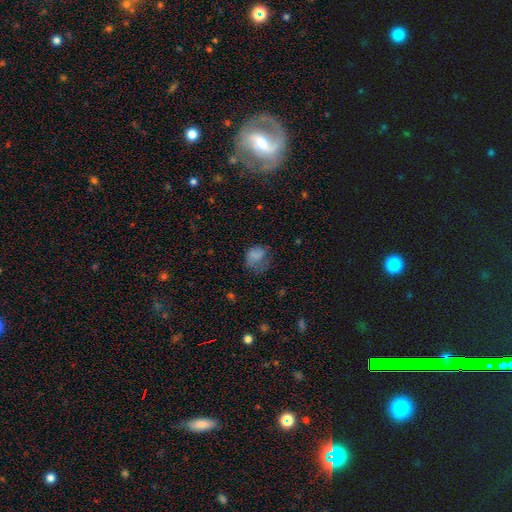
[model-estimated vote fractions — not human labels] smooth-or-featured: smooth: 73% | featured or disk: 16% | star or artifact: 12%
  how-rounded: round: 50% | in between: 49% | cigar-shaped: 1%
  merging: major disturbance: 37% | none: 32% | minor disturbance: 29% | merger: 2%